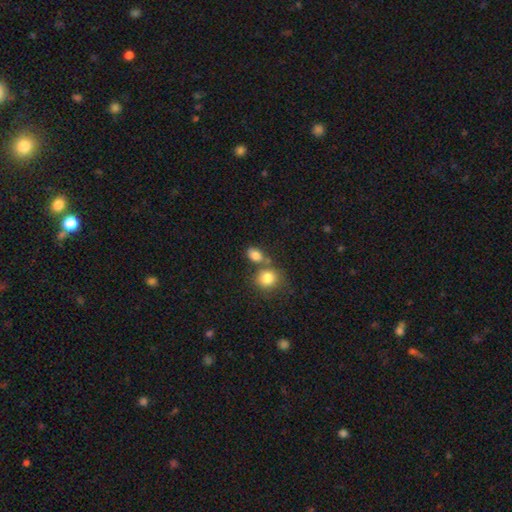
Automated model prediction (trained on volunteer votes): smooth_or_featured: smooth (p=0.82) [alt: star or artifact p=0.10]
how_rounded: in between (p=0.66) [alt: round p=0.32]
merging: none (p=0.53) [alt: merger p=0.31]